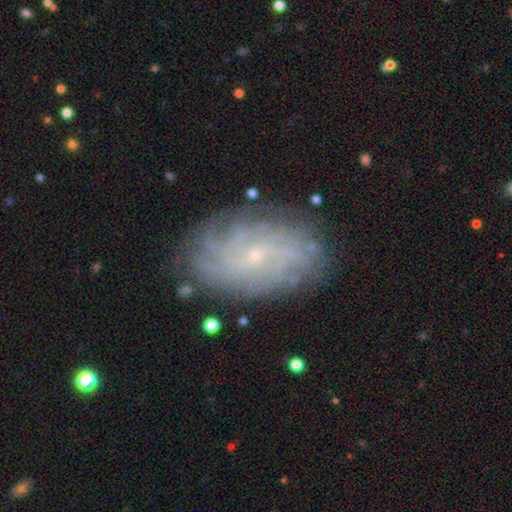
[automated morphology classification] smooth-or-featured: featured or disk: 77% | smooth: 14% | star or artifact: 9%
  disk-edge-on: no: 95% | yes: 5%
    bar: no: 68% | weak: 27% | strong: 5%
    has-spiral-arms: yes: 92% | no: 8%
      spiral-winding: tight: 67% | medium: 23% | loose: 9%
      spiral-arm-count: can't tell: 42% | more than 4: 21% | 4: 14% | 2: 8% | 3: 8% | 1: 7%
    bulge-size: small: 88% | moderate: 8% | none: 3% | large: 1% | dominant: 1%
  merging: none: 82% | minor disturbance: 12% | major disturbance: 4% | merger: 1%